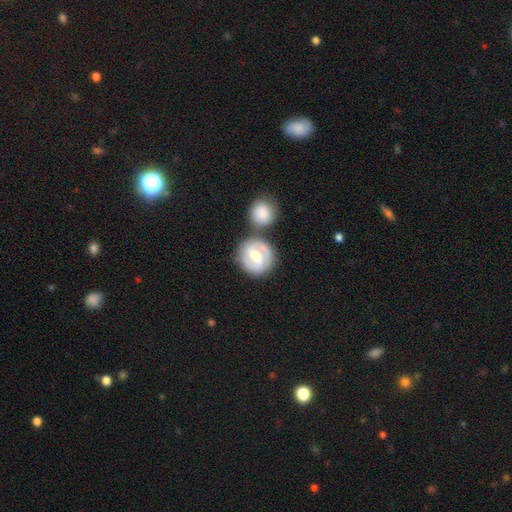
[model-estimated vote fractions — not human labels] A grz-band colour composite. It shows a featured or disk galaxy (67%) with a weak bar (48%), 2 (81%) tight (51%) spiral arms (85%) and a moderate central bulge (73%). Merging: none (63%).